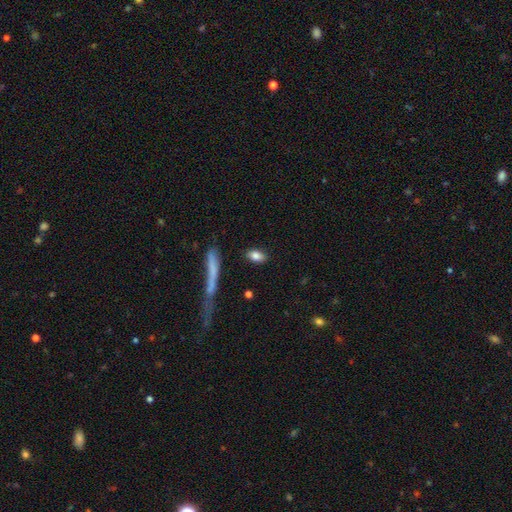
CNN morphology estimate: The model was most divided on "smooth or featured": smooth: 83%, featured or disk: 10%, star or artifact: 7%. More confident: how rounded — in between (86%); merging — none (85%).